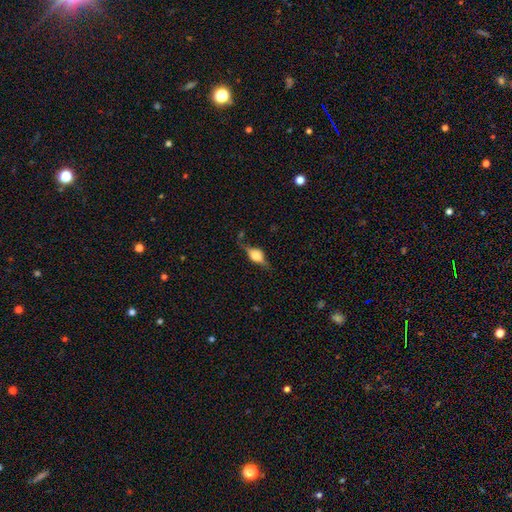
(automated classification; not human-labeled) Q: Smooth or featured?
A: featured or disk (65%); runner-up: smooth (27%)
Q: Edge-on disk?
A: yes (93%); runner-up: no (7%)
Q: Edge-on bulge?
A: rounded (91%); runner-up: boxy (8%)
Q: Merging?
A: none (71%); runner-up: minor disturbance (19%)